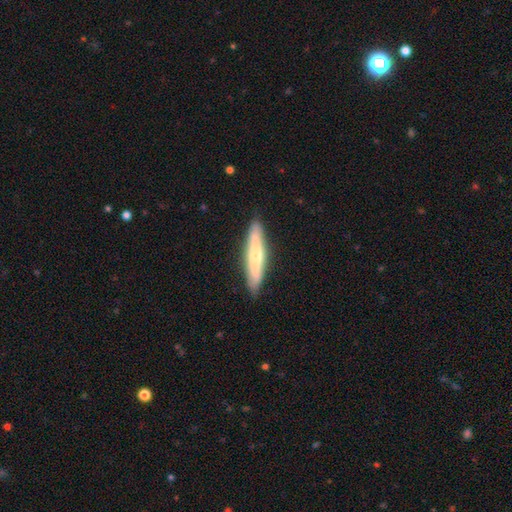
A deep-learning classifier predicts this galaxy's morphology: Smooth or featured? Predicted: smooth (p=0.48). Merging? Predicted: none (p=0.88).